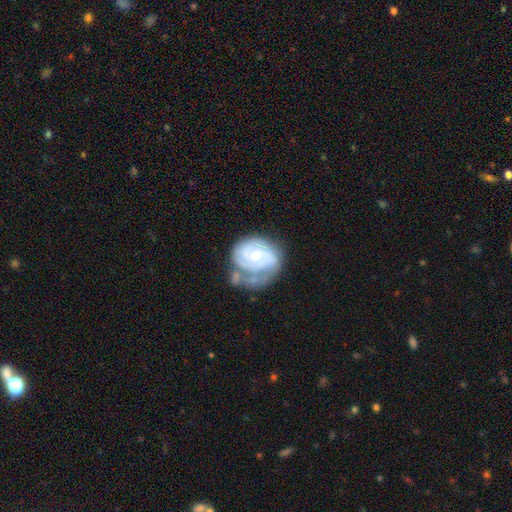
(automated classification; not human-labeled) A featured or disk galaxy (82%) with no bar (67%), 2 (41%) tight (67%) spiral arms (94%) and a small central bulge (52%). Merging: none (39%).